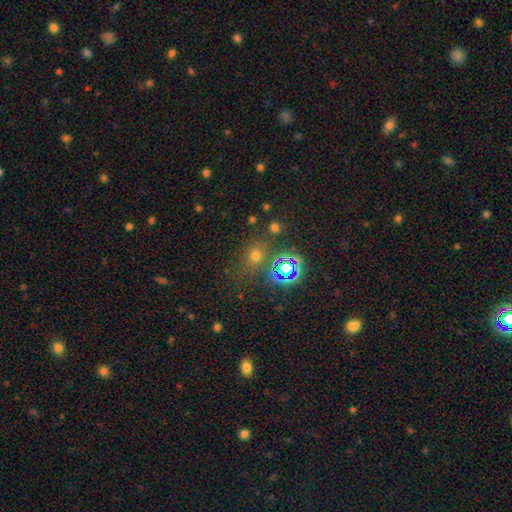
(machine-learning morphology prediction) smooth-or-featured: smooth: 56% | star or artifact: 35% | featured or disk: 9%
  how-rounded: round: 73% | in between: 25% | cigar-shaped: 2%
  merging: none: 73% | minor disturbance: 12% | merger: 8% | major disturbance: 6%